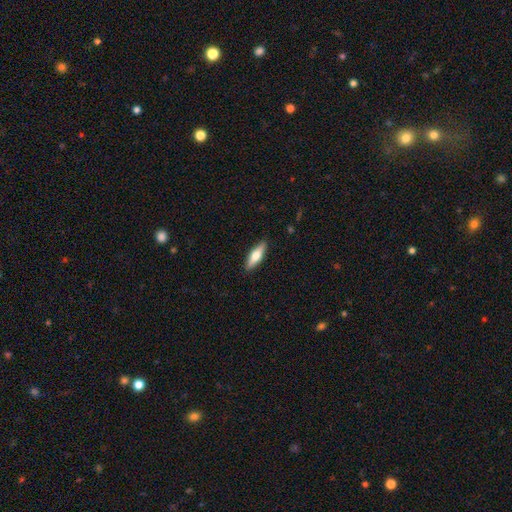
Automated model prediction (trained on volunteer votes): This appears to be a smooth galaxy with no disk features (59%) that is cigar-shaped (55%). Merging: none (90%).